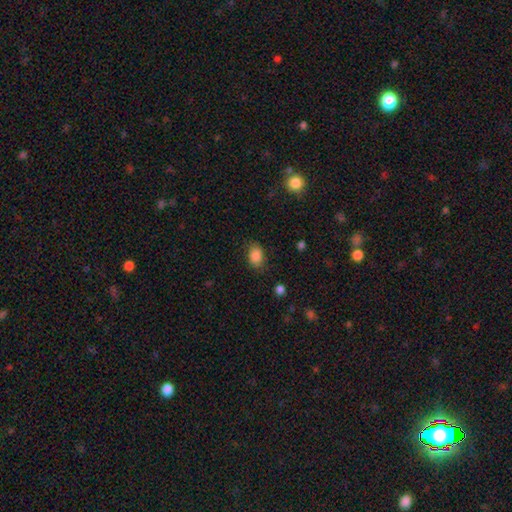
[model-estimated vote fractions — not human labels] Smooth or featured: smooth — 87% (star or artifact — 9%)
How rounded: in between — 78% (round — 21%)
Merging: none — 79% (minor disturbance — 16%)